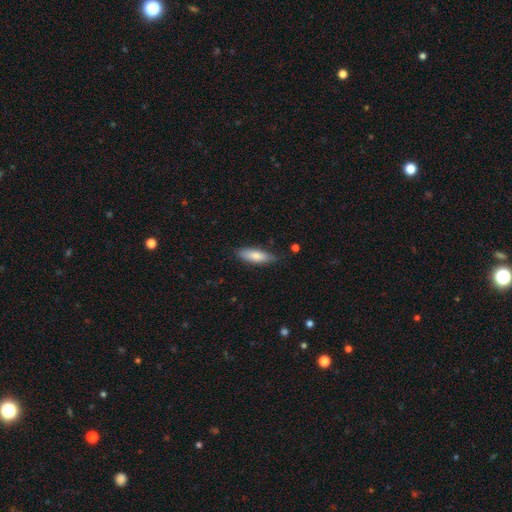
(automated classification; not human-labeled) A smooth galaxy with no disk features (80%) that is in between round and cigar-shaped (56%). Merging: none (79%).